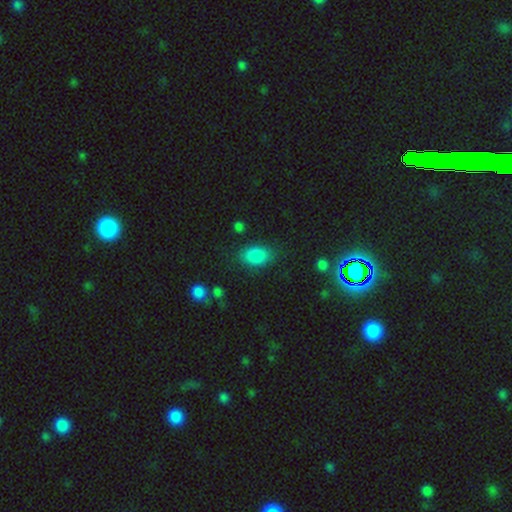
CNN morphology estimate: A smooth galaxy with no disk features (85%) that is in between round and cigar-shaped (84%).

Vote fractions:
- Smooth or featured? smooth: 85% / star or artifact: 10% / featured or disk: 5%
- How rounded? in between: 84% / round: 14% / cigar-shaped: 2%
- Merging? none: 78% / minor disturbance: 14% / major disturbance: 5% / merger: 2%